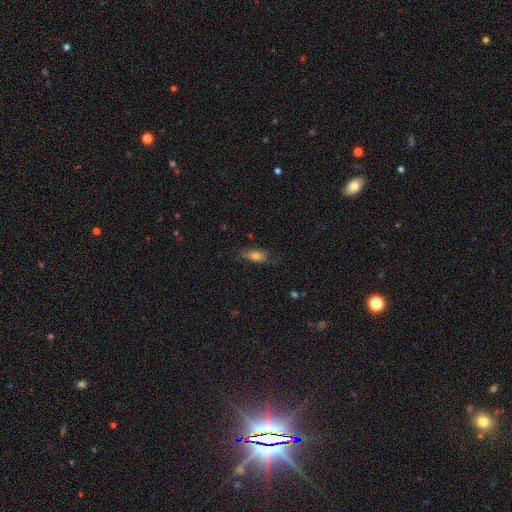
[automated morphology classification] Smooth or featured? smooth (73%)
How rounded? in between (72%)
Merging? none (71%)